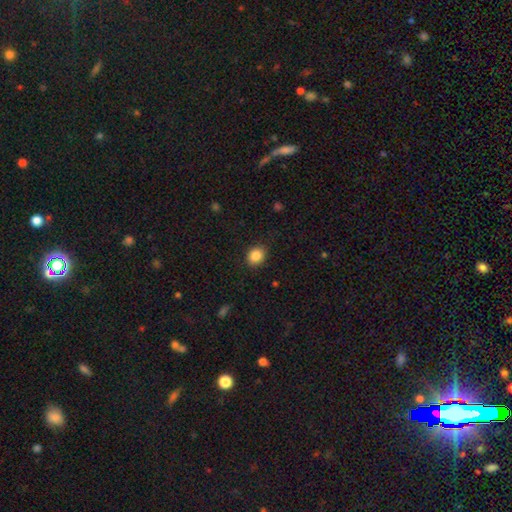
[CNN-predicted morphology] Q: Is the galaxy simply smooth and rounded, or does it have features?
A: smooth — 86%.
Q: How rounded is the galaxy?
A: round — 58%.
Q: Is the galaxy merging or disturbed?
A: none — 87%.